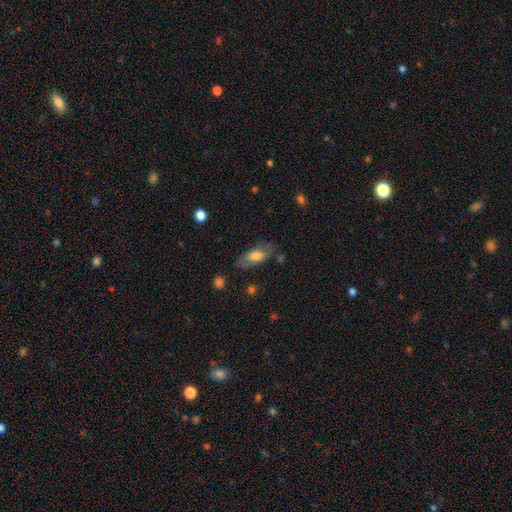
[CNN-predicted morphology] This is likely a smooth galaxy (70%). How rounded: clearly in between (81%). Merging: likely none (70%).